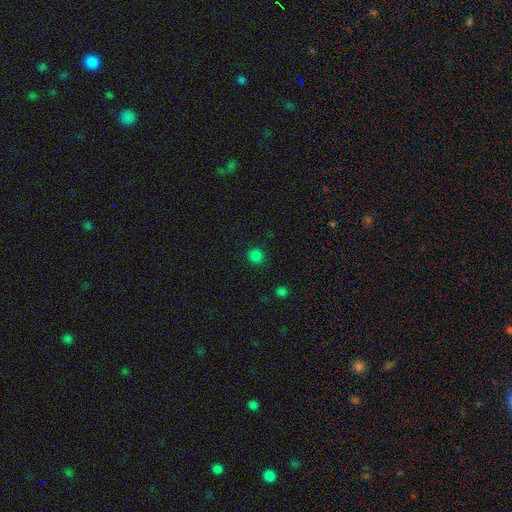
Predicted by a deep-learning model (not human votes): Smooth or featured: smooth — 81% (star or artifact — 17%)
How rounded: round — 92% (in between — 7%)
Merging: none — 90% (minor disturbance — 6%)